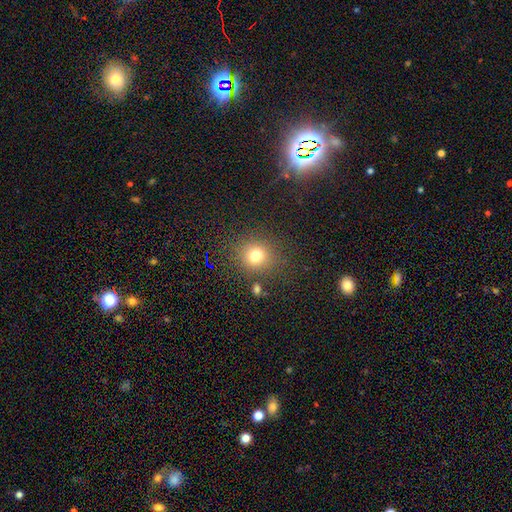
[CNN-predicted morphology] smooth_or_featured: smooth (p=0.75) [alt: star or artifact p=0.18]
how_rounded: round (p=0.84) [alt: in between p=0.15]
merging: none (p=0.82) [alt: minor disturbance p=0.10]